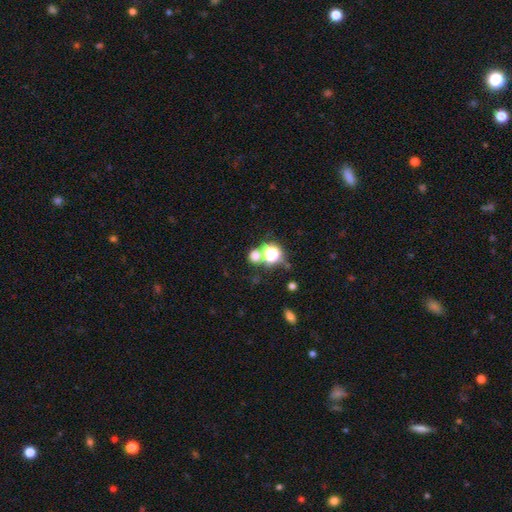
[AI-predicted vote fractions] Q: Smooth or featured?
A: smooth (63%); runner-up: star or artifact (29%)
Q: How rounded?
A: round (83%); runner-up: in between (16%)
Q: Merging?
A: none (62%); runner-up: merger (26%)